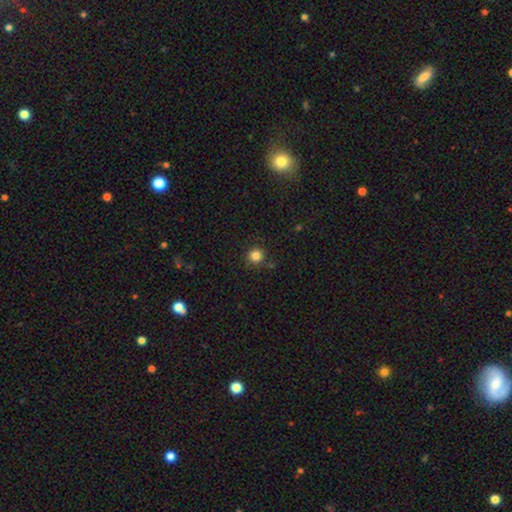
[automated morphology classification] Overall: smooth (84%). How rounded: round (93%). Merging: none (86%).